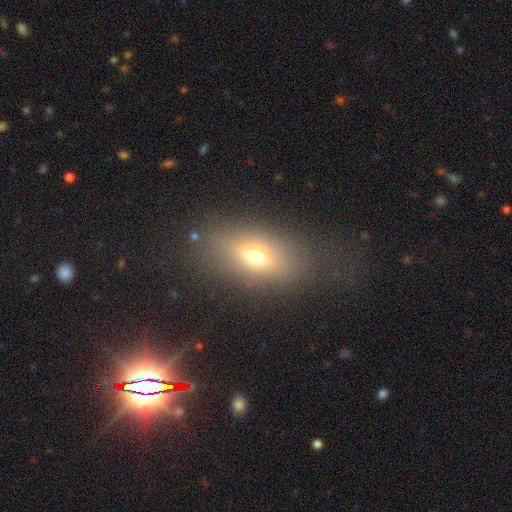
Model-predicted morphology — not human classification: Smooth or featured? Predicted: smooth (p=0.60). How rounded? Predicted: in between (p=0.78). Merging? Predicted: none (p=0.71).